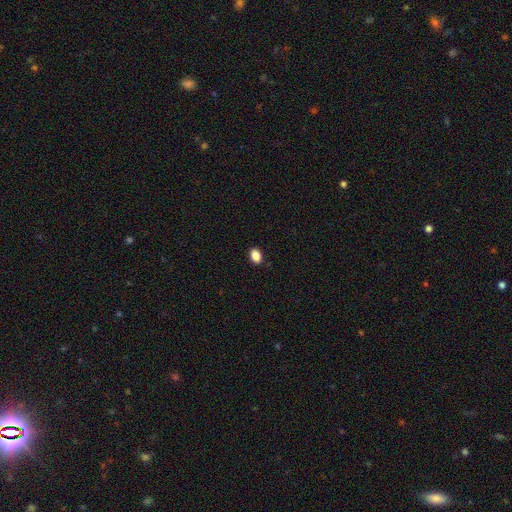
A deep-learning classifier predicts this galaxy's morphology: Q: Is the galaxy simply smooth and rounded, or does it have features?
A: smooth — 88%.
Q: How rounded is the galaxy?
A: in between — 81%.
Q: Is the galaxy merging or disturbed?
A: none — 89%.